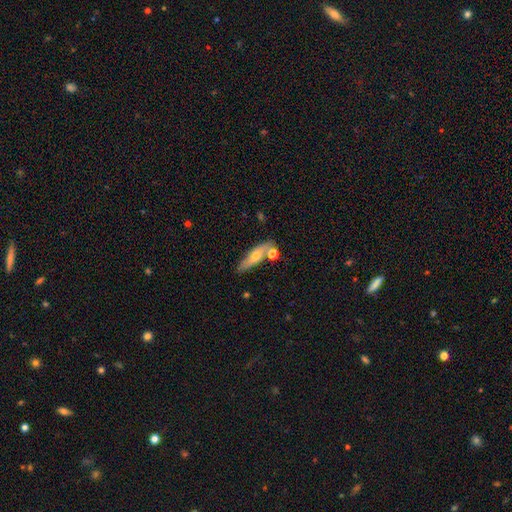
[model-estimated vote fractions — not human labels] This is possibly a smooth galaxy (53%). How rounded: likely cigar-shaped (63%). Merging: likely none (69%).